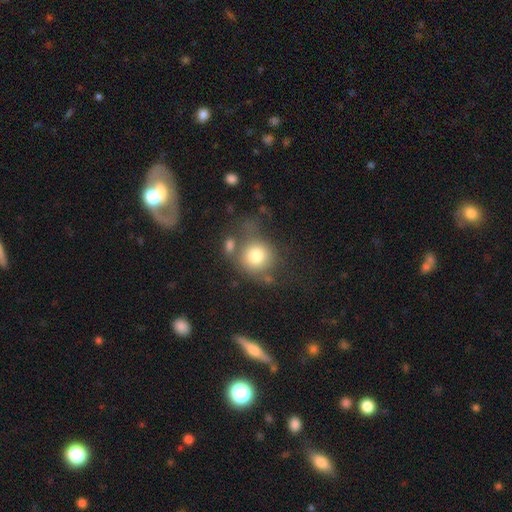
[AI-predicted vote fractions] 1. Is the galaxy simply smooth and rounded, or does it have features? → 76% smooth, 14% featured or disk, 10% star or artifact.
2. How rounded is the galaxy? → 85% round, 13% in between, 1% cigar-shaped.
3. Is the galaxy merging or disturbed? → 50% none, 20% minor disturbance, 16% merger, 15% major disturbance.